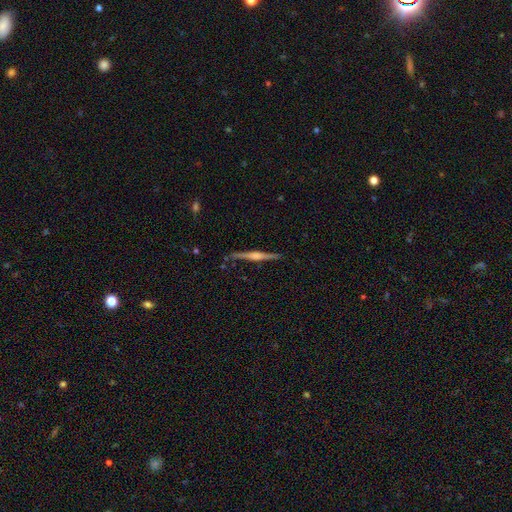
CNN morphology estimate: Q: Smooth or featured?
A: featured or disk (78%); runner-up: smooth (16%)
Q: Edge-on disk?
A: yes (98%); runner-up: no (2%)
Q: Edge-on bulge?
A: rounded (72%); runner-up: boxy (20%)
Q: Merging?
A: none (89%); runner-up: minor disturbance (8%)